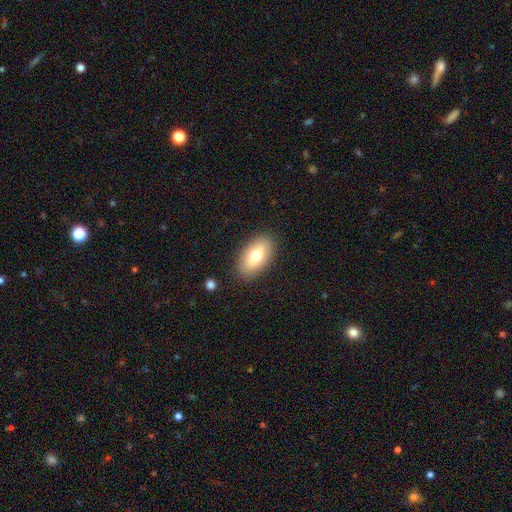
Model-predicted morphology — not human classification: A smooth galaxy with no disk features (72%) that is in between round and cigar-shaped (92%). Merging: none (87%).